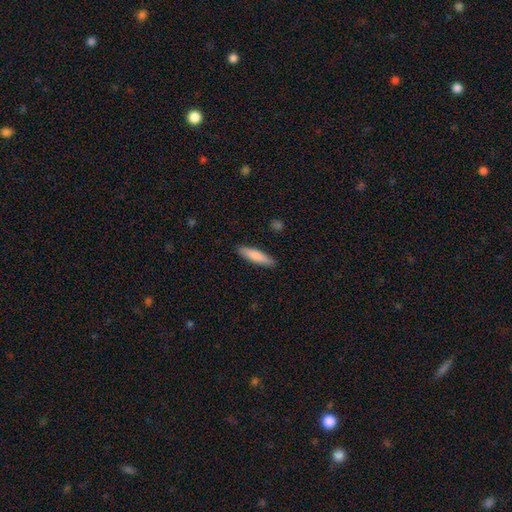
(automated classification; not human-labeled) Smooth or featured?
  - smooth: 84% *
  - featured or disk: 11%
  - star or artifact: 6%
How rounded?
  - cigar-shaped: 78% *
  - in between: 21%
  - round: 1%
Merging?
  - none: 90% *
  - minor disturbance: 8%
  - major disturbance: 2%
  - merger: 1%